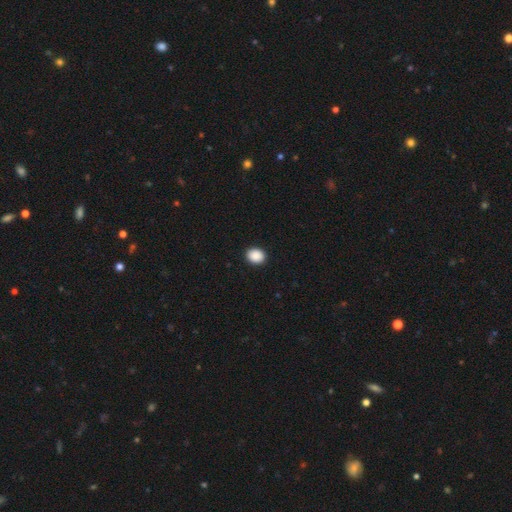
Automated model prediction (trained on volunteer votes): Smooth or featured? smooth (90%)
How rounded? round (57%)
Merging? none (92%)